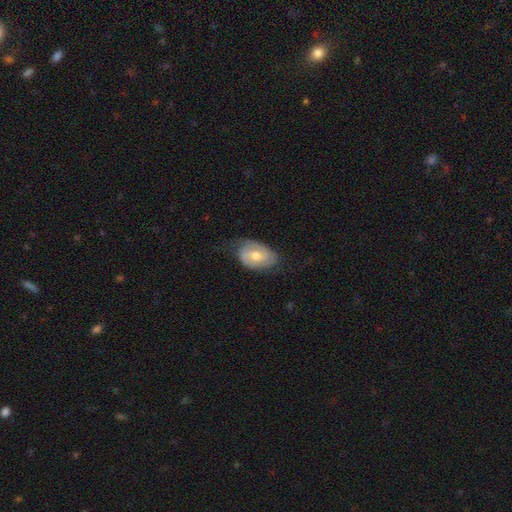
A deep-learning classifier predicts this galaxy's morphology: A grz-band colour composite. It shows a featured or disk galaxy (50%). Merging: none (63%).